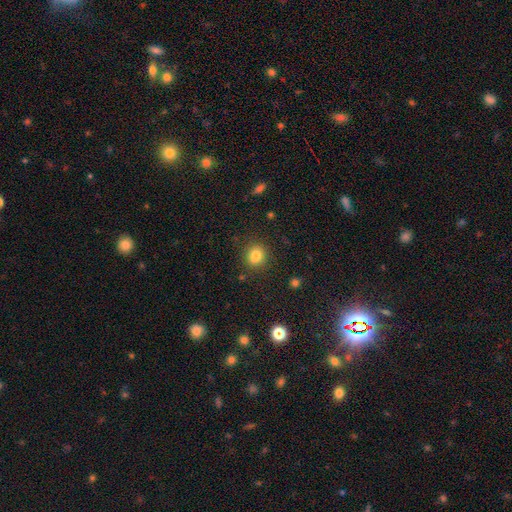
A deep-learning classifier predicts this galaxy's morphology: A smooth galaxy with no disk features (83%) that is round (65%).

Vote fractions:
- Smooth or featured? smooth: 83% / star or artifact: 12% / featured or disk: 6%
- How rounded? round: 65% / in between: 34% / cigar-shaped: 1%
- Merging? none: 85% / minor disturbance: 10% / major disturbance: 3% / merger: 2%